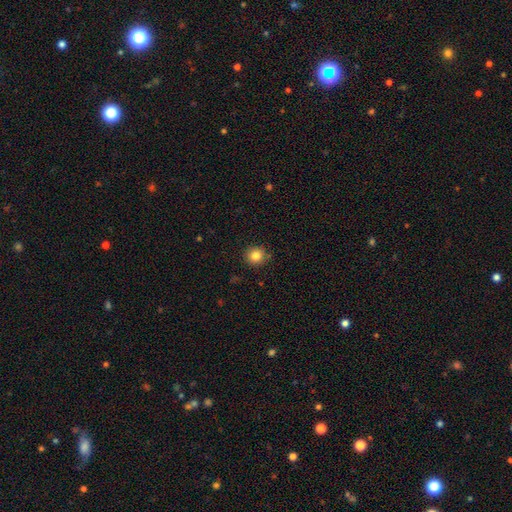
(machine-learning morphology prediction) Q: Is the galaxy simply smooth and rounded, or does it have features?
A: smooth — 83%.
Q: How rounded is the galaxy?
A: round — 91%.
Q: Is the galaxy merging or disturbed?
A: none — 89%.